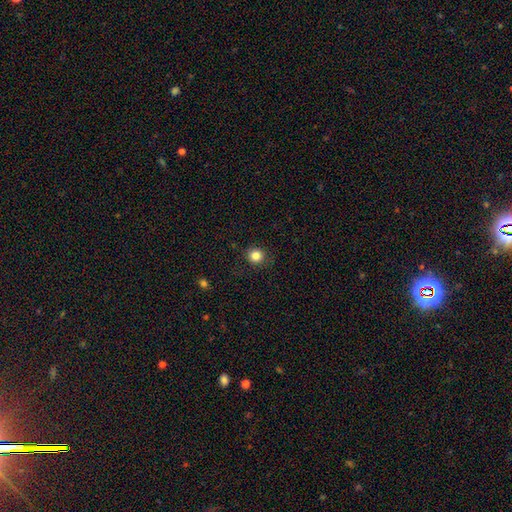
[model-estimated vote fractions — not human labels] smooth-or-featured: smooth: 84% | star or artifact: 11% | featured or disk: 5%
  how-rounded: round: 91% | in between: 8% | cigar-shaped: 1%
  merging: none: 89% | minor disturbance: 8% | major disturbance: 2% | merger: 1%